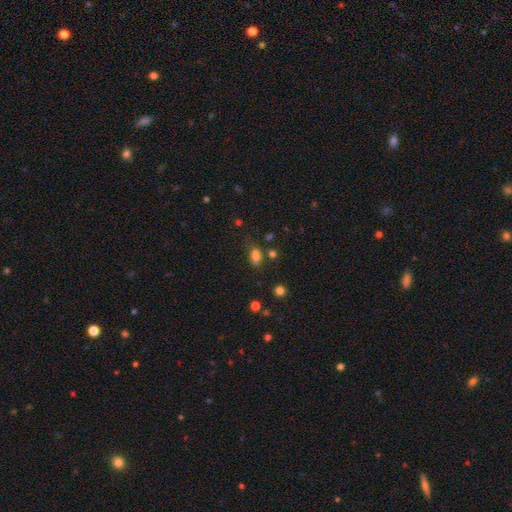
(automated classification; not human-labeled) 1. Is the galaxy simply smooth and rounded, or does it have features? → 77% smooth, 15% star or artifact, 8% featured or disk.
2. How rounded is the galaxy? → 82% in between, 10% round, 8% cigar-shaped.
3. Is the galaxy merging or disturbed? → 59% none, 22% minor disturbance, 10% major disturbance, 9% merger.